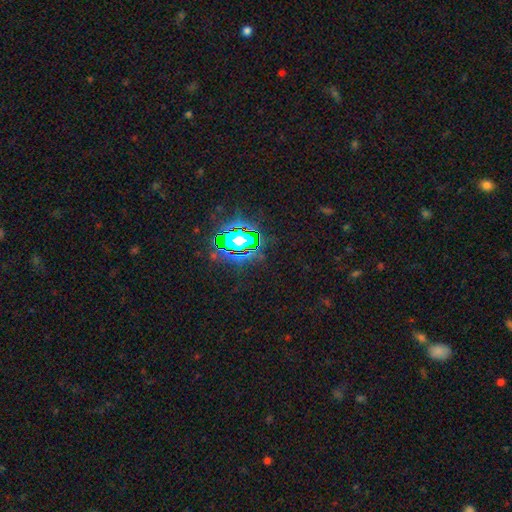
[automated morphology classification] Smooth or featured? Predicted: star or artifact (p=0.80).